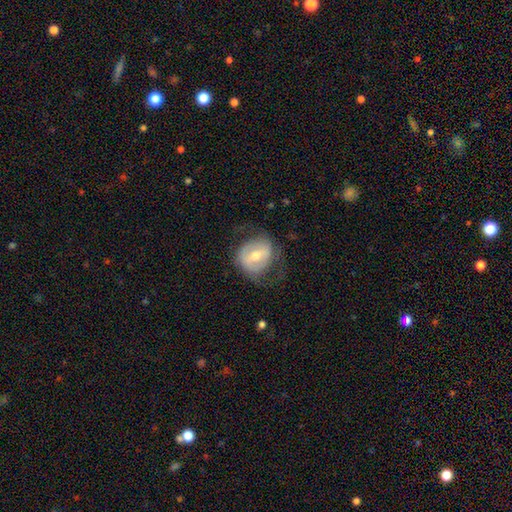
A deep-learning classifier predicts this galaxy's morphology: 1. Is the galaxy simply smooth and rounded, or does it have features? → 54% featured or disk, 39% smooth, 7% star or artifact.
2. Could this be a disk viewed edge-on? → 95% no, 5% yes.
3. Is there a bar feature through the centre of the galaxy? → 44% weak, 30% strong, 25% no.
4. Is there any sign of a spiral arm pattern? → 53% no, 47% yes.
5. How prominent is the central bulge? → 67% moderate, 25% small, 5% large, 1% none, 1% dominant.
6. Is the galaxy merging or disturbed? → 59% none, 21% minor disturbance, 18% major disturbance, 1% merger.